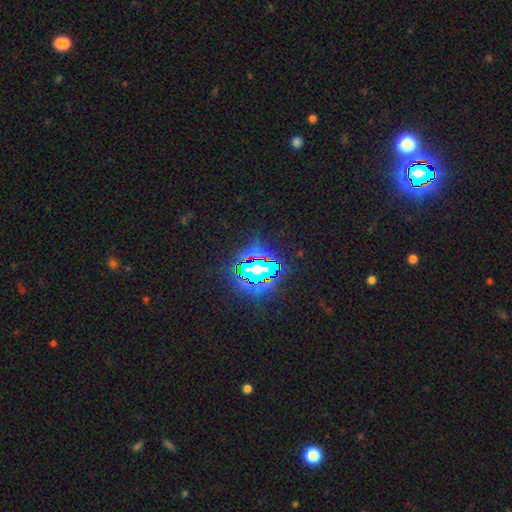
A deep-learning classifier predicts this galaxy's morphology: Overall: star or artifact (82%).